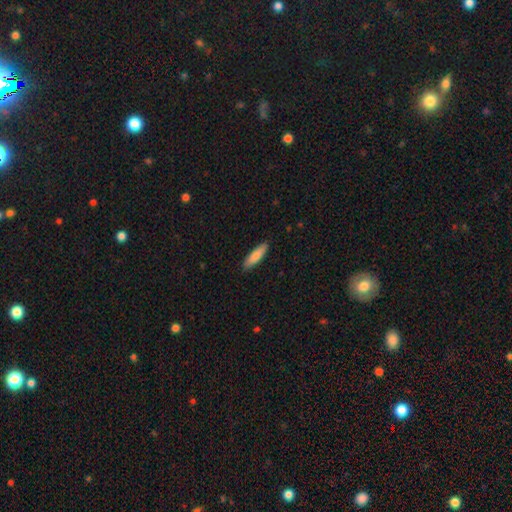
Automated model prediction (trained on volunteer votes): Morphology: type=smooth (83%); roundness=cigar-shaped (68%); merging=none (88%).